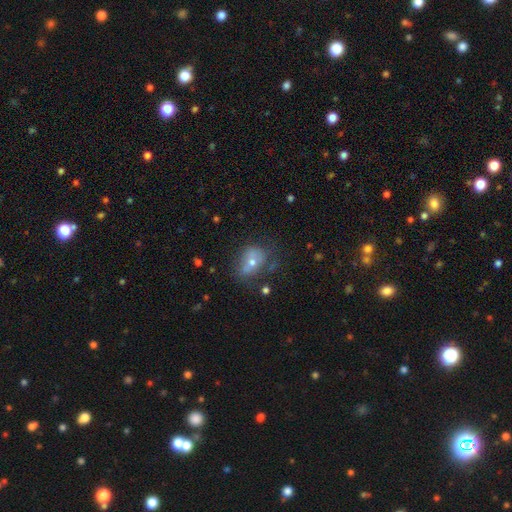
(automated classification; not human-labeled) Smooth or featured: smooth — 43% (featured or disk — 39%)
Merging: none — 50% (minor disturbance — 25%)